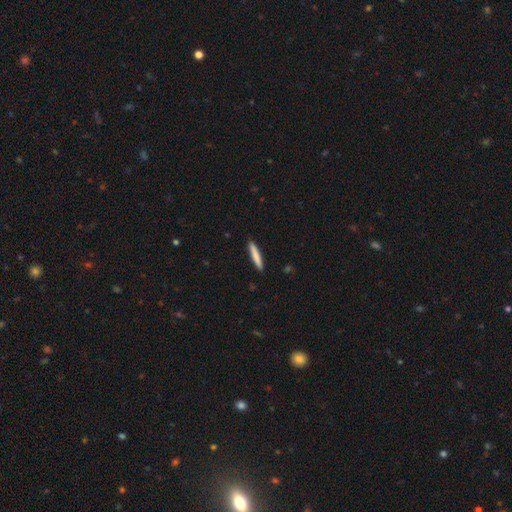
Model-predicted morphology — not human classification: A smooth galaxy with no disk features (80%) that is cigar-shaped (94%).

Vote fractions:
- Smooth or featured? smooth: 80% / featured or disk: 15% / star or artifact: 5%
- How rounded? cigar-shaped: 94% / in between: 5% / round: 1%
- Merging? none: 92% / minor disturbance: 6% / major disturbance: 1% / merger: 1%